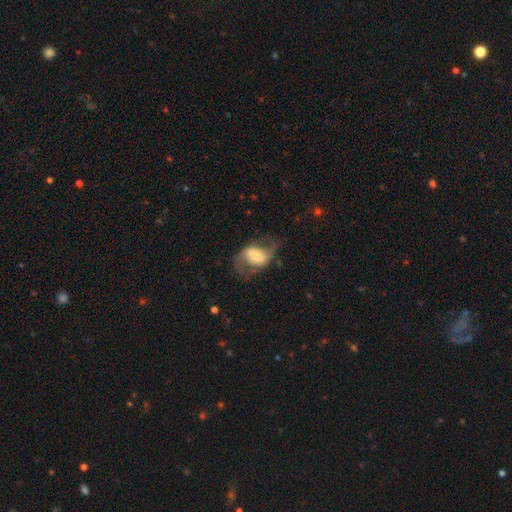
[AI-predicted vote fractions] Smooth or featured? featured or disk (68%)
Edge-on disk? no (95%)
Bar? weak (39%)
Spiral arms? yes (85%)
Spiral winding? loose (55%)
Spiral arm count? 2 (88%)
Bulge size? moderate (50%)
Merging? none (63%)